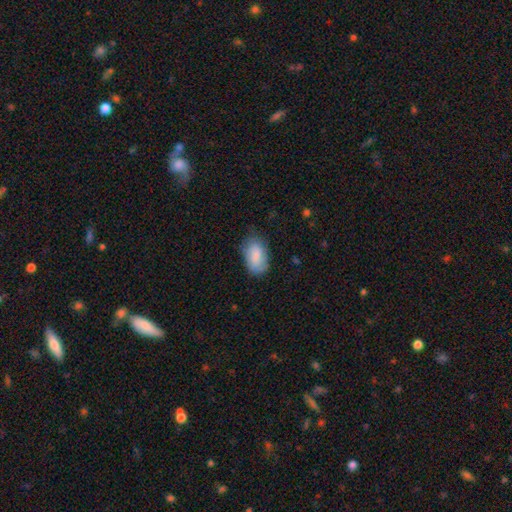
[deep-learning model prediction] This is clearly a smooth galaxy (82%). How rounded: clearly in between (93%). Merging: likely none (69%).